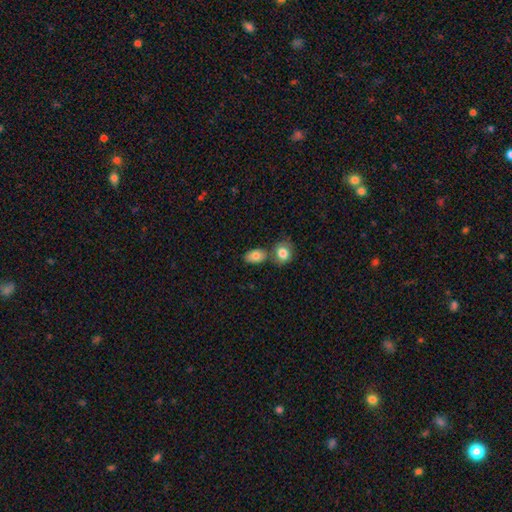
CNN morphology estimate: This appears to be a smooth galaxy with no disk features (81%) that is in between round and cigar-shaped (81%). Merging: none (55%).